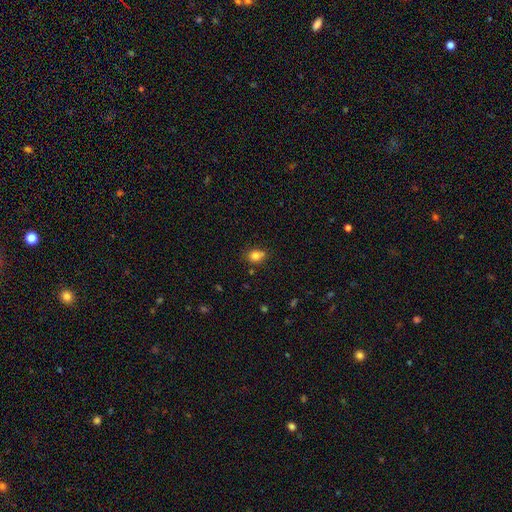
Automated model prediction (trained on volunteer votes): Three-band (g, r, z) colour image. It shows a smooth galaxy with no disk features (80%) that is round (57%). Merging: none (61%).